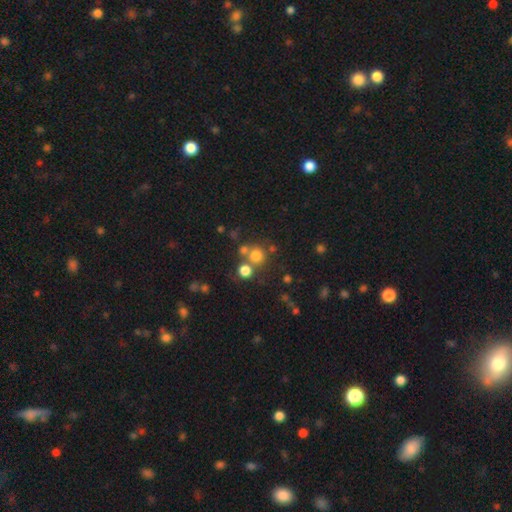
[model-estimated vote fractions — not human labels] This is likely a smooth galaxy (72%). How rounded: clearly round (91%). Merging: likely none (62%).